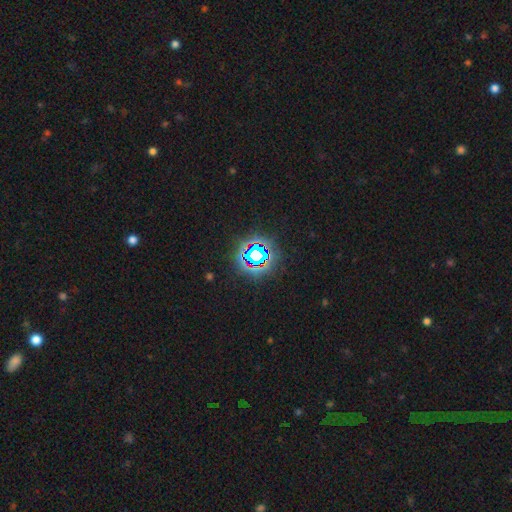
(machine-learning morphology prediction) A star or artifact, not a galaxy (72%).

Vote fractions:
- Smooth or featured? star or artifact: 72% / smooth: 16% / featured or disk: 12%